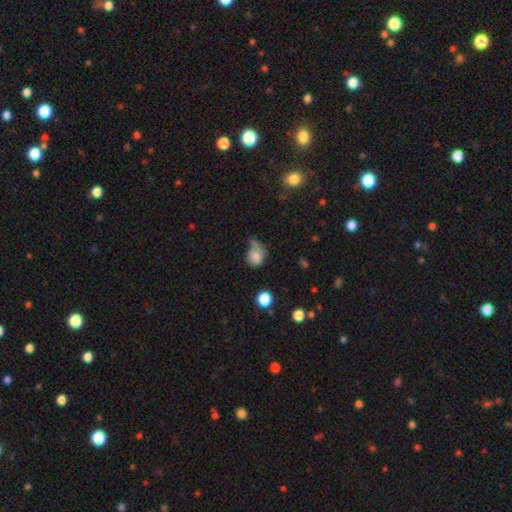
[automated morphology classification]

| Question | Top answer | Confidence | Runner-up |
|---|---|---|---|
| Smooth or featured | smooth | 77% | featured or disk (12%) |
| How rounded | round | 60% | in between (39%) |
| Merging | none | 38% | minor disturbance (27%) |